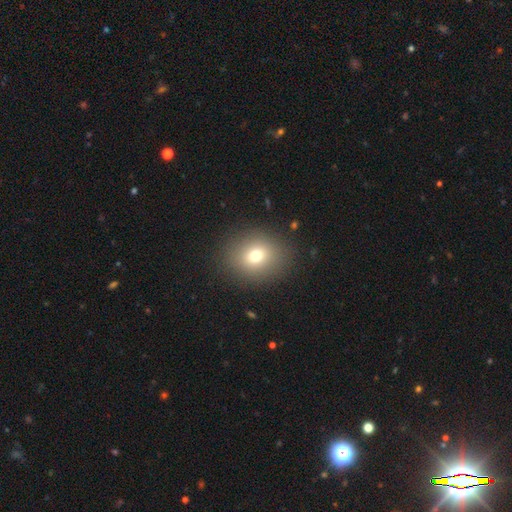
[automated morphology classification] Smooth or featured?
  - smooth: 73% *
  - star or artifact: 14%
  - featured or disk: 13%
How rounded?
  - round: 68% *
  - in between: 31%
  - cigar-shaped: 1%
Merging?
  - none: 88% *
  - minor disturbance: 8%
  - major disturbance: 4%
  - merger: 1%